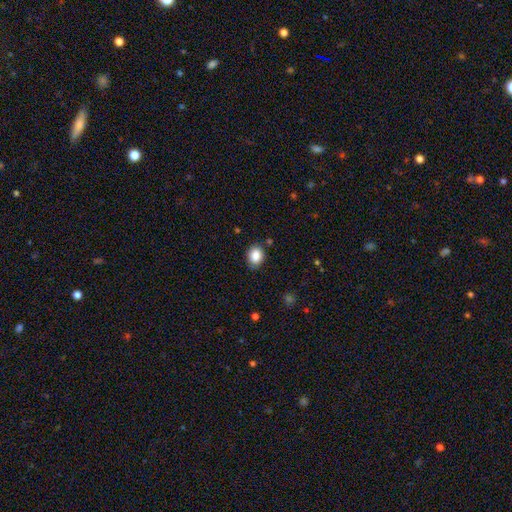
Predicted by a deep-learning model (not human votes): This appears to be a smooth galaxy with no disk features (87%) that is in between round and cigar-shaped (51%). Merging: none (82%).